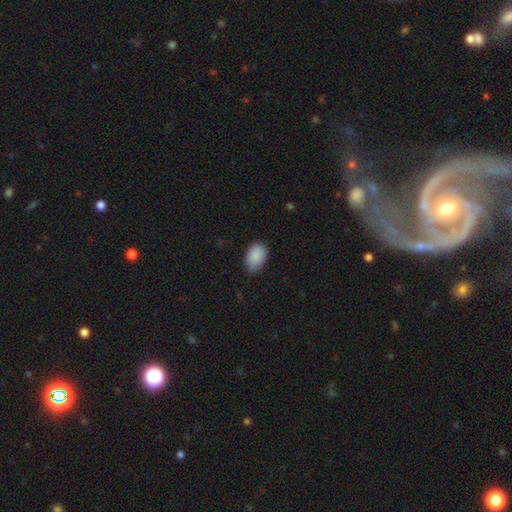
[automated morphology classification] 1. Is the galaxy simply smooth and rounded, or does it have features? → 89% smooth, 7% star or artifact, 4% featured or disk.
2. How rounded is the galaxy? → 89% in between, 10% round, 1% cigar-shaped.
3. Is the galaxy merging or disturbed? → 79% none, 17% minor disturbance, 3% major disturbance, 1% merger.